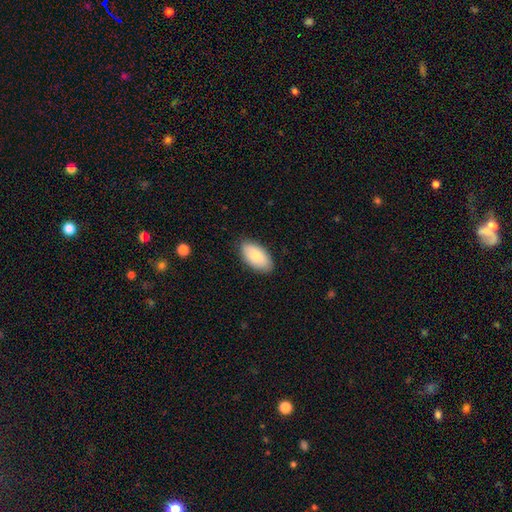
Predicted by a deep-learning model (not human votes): Morphology: type=smooth (81%); roundness=in between (95%); merging=none (85%).